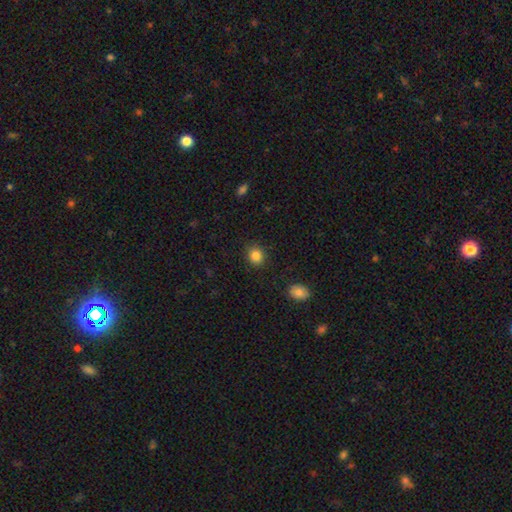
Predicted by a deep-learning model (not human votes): smooth 85%, star or artifact 10%, featured or disk 5%. Down the decision tree: how rounded — round (77%); merging — none (89%).